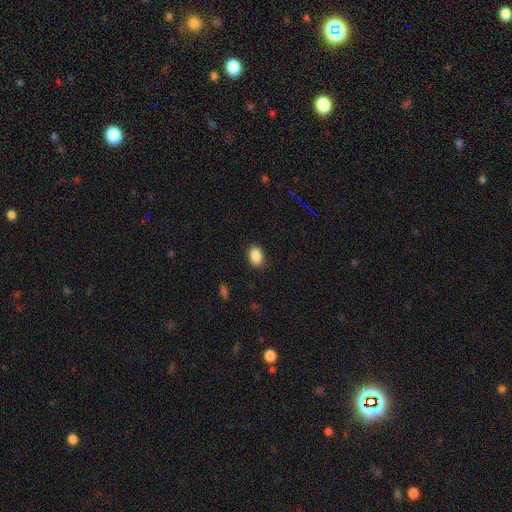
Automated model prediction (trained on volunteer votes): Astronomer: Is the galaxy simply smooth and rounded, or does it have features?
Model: smooth — 89%.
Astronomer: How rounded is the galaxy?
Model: in between — 84%.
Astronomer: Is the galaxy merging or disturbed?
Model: none — 87%.